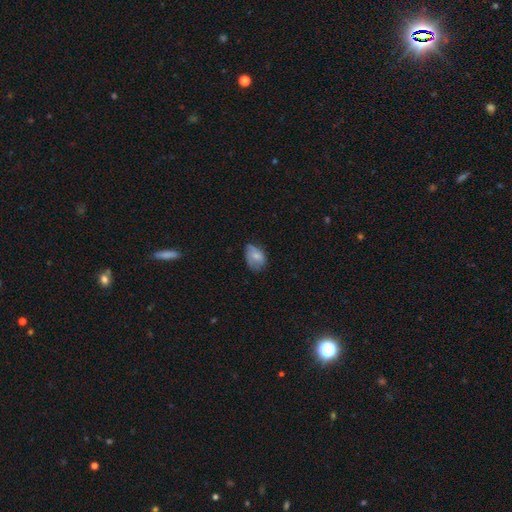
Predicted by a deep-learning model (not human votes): smooth-or-featured: smooth: 63% | featured or disk: 29% | star or artifact: 9%
  how-rounded: in between: 80% | round: 19% | cigar-shaped: 1%
  merging: none: 46% | minor disturbance: 37% | major disturbance: 15% | merger: 2%